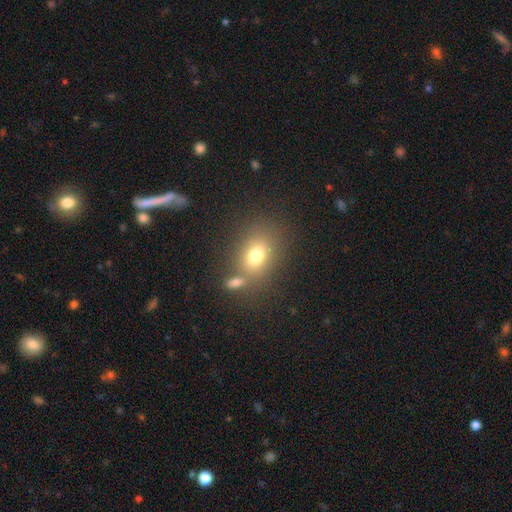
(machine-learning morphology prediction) Smooth or featured? smooth (75%)
How rounded? in between (66%)
Merging? none (60%)